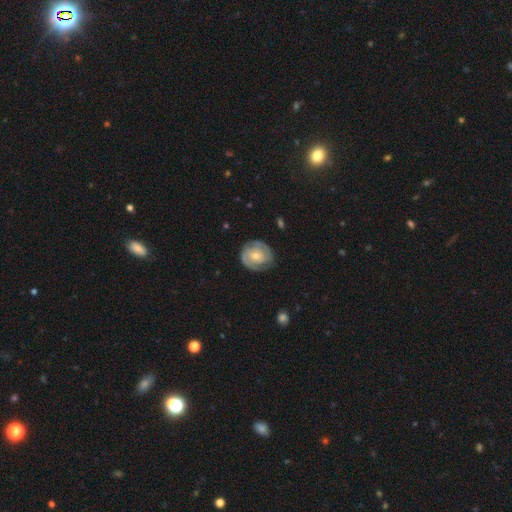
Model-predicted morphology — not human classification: This appears to be a featured or disk galaxy (79%) with no bar (66%), 2 (68%) tight (68%) spiral arms (92%) and a small central bulge (52%). Merging: none (79%).